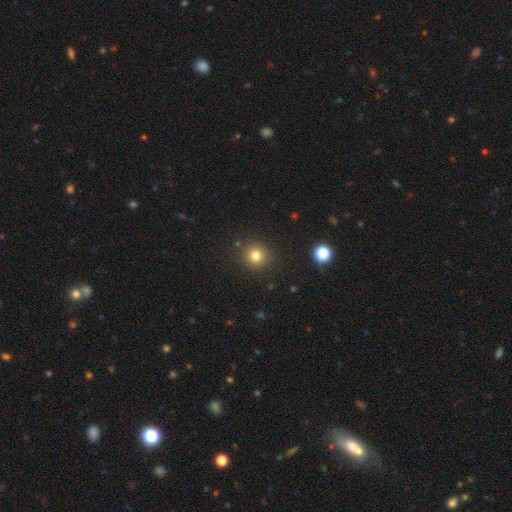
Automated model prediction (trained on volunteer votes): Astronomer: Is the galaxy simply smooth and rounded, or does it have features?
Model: smooth — 79%.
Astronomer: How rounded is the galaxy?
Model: round — 91%.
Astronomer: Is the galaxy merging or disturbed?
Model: none — 88%.